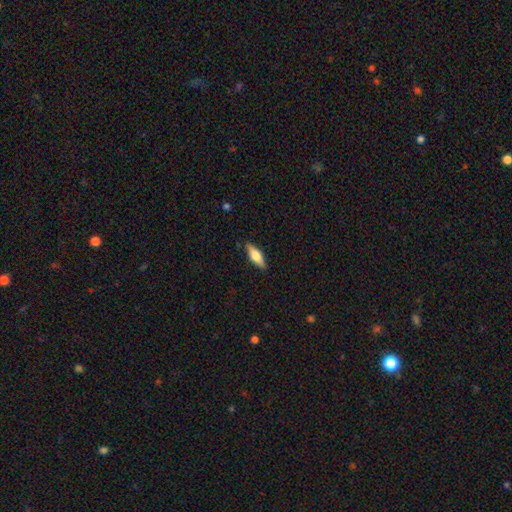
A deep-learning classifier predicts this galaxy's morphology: A smooth galaxy with no disk features (61%) that is in between round and cigar-shaped (60%).

Vote fractions:
- Smooth or featured? smooth: 61% / featured or disk: 33% / star or artifact: 6%
- How rounded? in between: 60% / cigar-shaped: 37% / round: 3%
- Merging? none: 86% / minor disturbance: 11% / major disturbance: 2% / merger: 1%